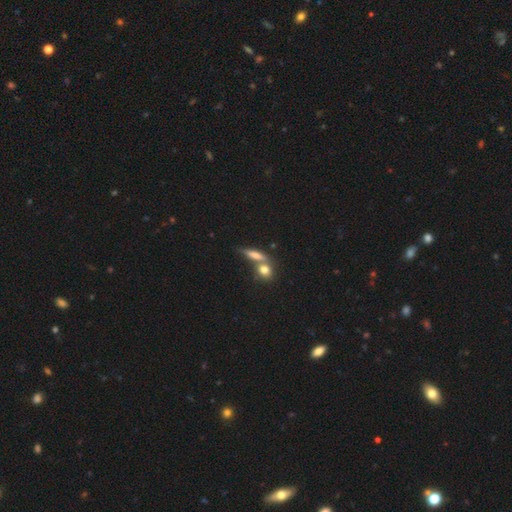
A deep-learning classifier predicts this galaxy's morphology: Smooth or featured? Predicted: smooth (p=0.55). How rounded? Predicted: cigar-shaped (p=0.44). Merging? Predicted: none (p=0.51).